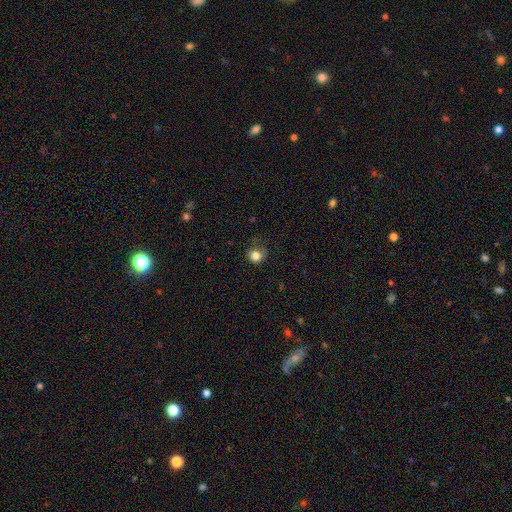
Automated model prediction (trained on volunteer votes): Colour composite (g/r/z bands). It shows a smooth galaxy with no disk features (82%) that is round (82%). Merging: none (68%).